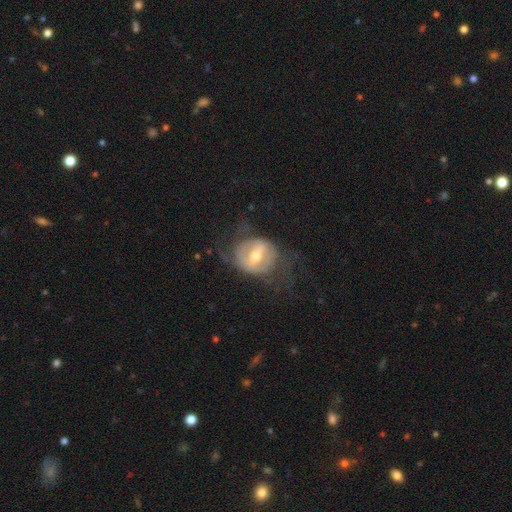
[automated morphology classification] Q: Smooth or featured?
A: featured or disk (70%); runner-up: smooth (24%)
Q: Edge-on disk?
A: no (92%); runner-up: yes (8%)
Q: Bar?
A: strong (49%); runner-up: weak (37%)
Q: Spiral arms?
A: no (52%); runner-up: yes (48%)
Q: Bulge size?
A: moderate (67%); runner-up: small (24%)
Q: Merging?
A: none (56%); runner-up: major disturbance (22%)